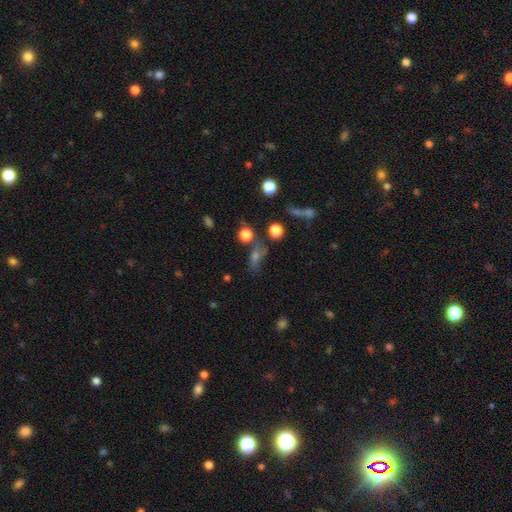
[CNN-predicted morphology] Smooth or featured? smooth (49%)
Merging? none (57%)